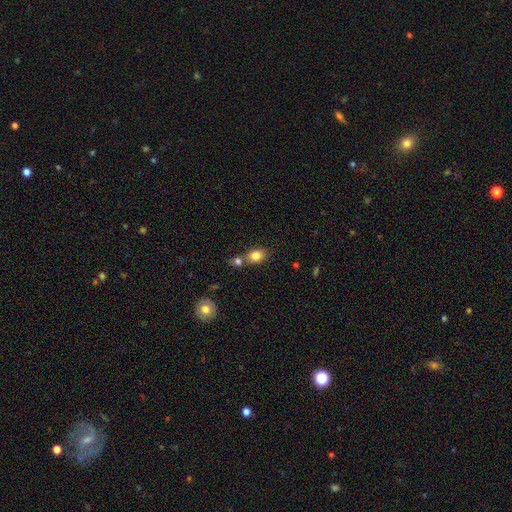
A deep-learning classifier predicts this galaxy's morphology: Smooth or featured? smooth (82%)
How rounded? in between (63%)
Merging? none (57%)